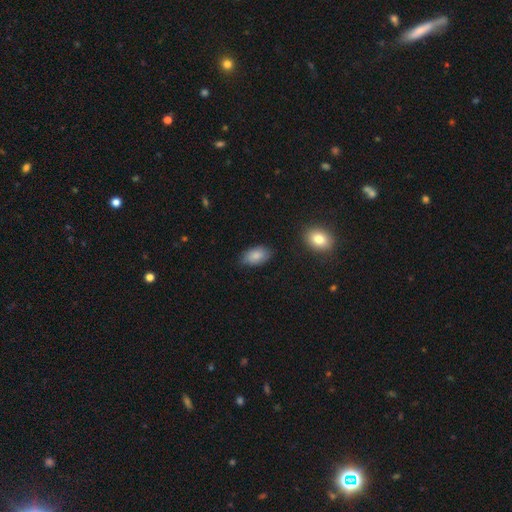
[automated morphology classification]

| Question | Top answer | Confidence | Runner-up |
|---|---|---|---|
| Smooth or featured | smooth | 83% | featured or disk (10%) |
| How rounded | in between | 92% | round (6%) |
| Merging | none | 75% | minor disturbance (20%) |